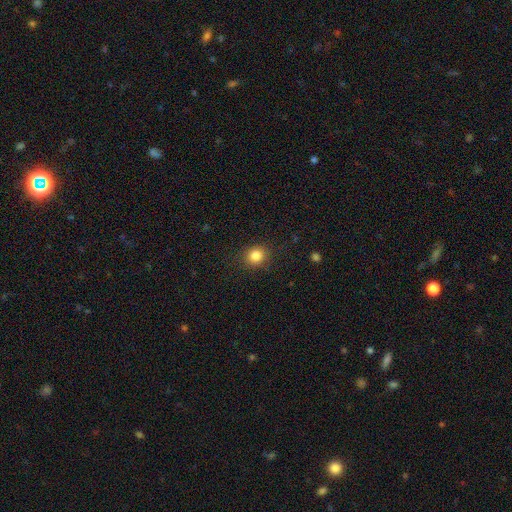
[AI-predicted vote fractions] Smooth or featured? smooth (84%)
How rounded? round (80%)
Merging? none (87%)